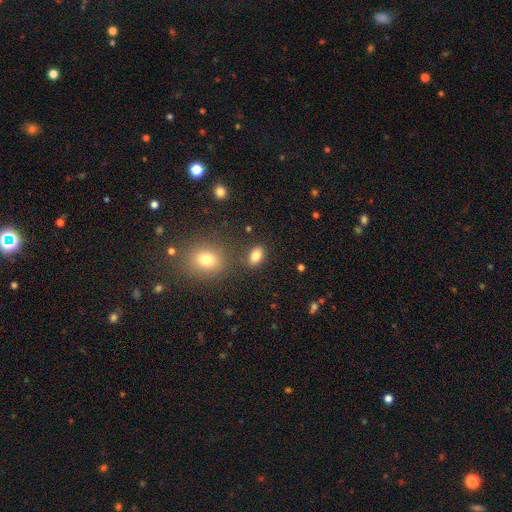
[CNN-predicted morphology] Smooth or featured?
  - smooth: 83% *
  - star or artifact: 11%
  - featured or disk: 7%
How rounded?
  - in between: 82% *
  - round: 17%
  - cigar-shaped: 2%
Merging?
  - none: 80% *
  - minor disturbance: 10%
  - merger: 6%
  - major disturbance: 3%